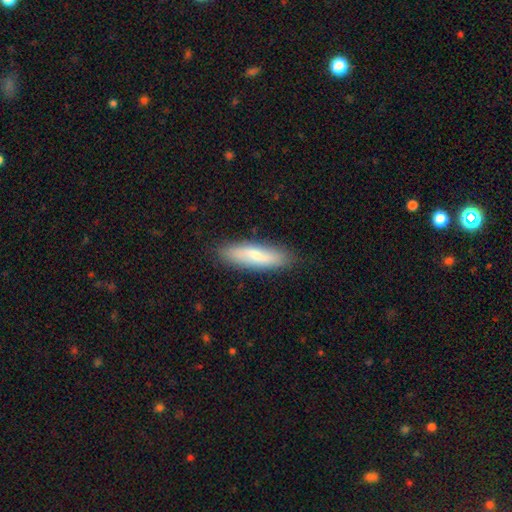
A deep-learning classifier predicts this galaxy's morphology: type=smooth (69%); roundness=cigar-shaped (62%); merging=none (86%).